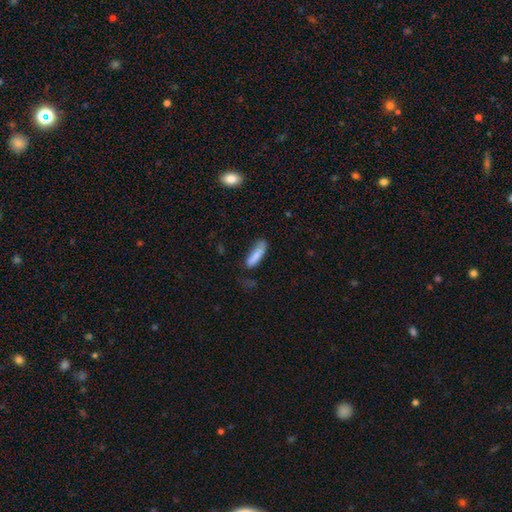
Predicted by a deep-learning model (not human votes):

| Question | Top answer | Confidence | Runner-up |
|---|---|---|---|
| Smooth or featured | smooth | 82% | featured or disk (12%) |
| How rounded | cigar-shaped | 62% | in between (37%) |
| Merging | none | 57% | minor disturbance (29%) |